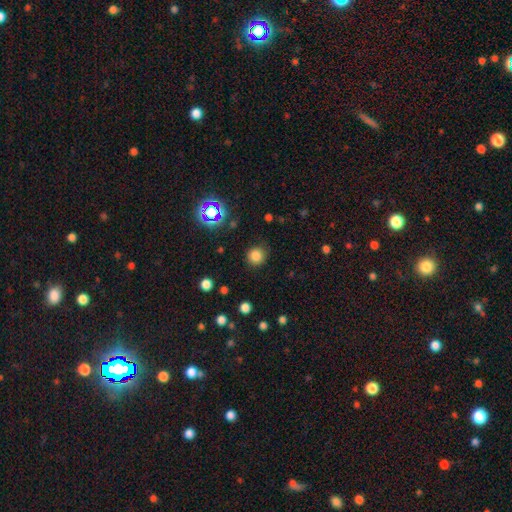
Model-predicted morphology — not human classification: Smooth or featured?
  - smooth: 79% *
  - star or artifact: 16%
  - featured or disk: 5%
How rounded?
  - round: 91% *
  - in between: 8%
  - cigar-shaped: 1%
Merging?
  - none: 86% *
  - minor disturbance: 9%
  - major disturbance: 3%
  - merger: 1%